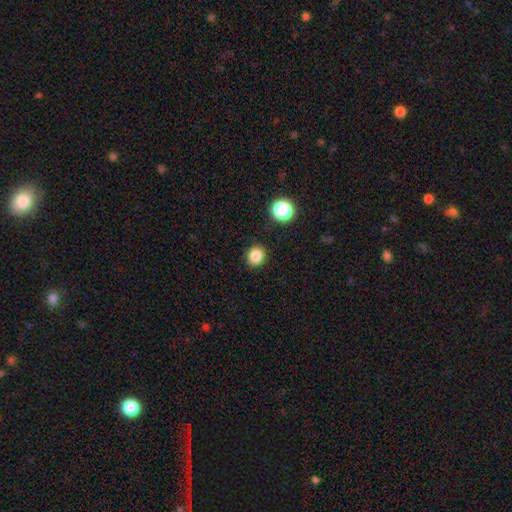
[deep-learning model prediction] smooth 84%, star or artifact 12%, featured or disk 4%. Down the decision tree: how rounded — round (85%); merging — none (89%).